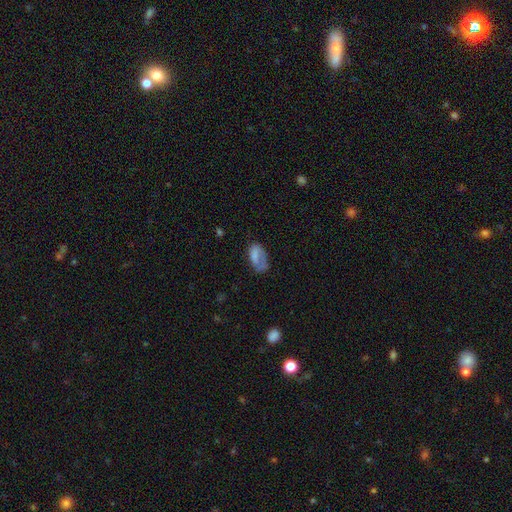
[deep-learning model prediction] Smooth or featured? Predicted: smooth (p=0.65). How rounded? Predicted: in between (p=0.91). Merging? Predicted: none (p=0.39).